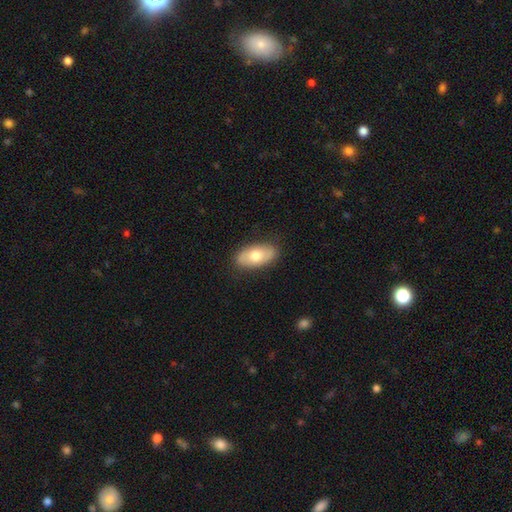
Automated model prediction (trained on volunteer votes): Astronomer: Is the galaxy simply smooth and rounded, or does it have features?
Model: smooth — 69%.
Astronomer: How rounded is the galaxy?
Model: in between — 92%.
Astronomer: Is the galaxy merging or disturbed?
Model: none — 85%.